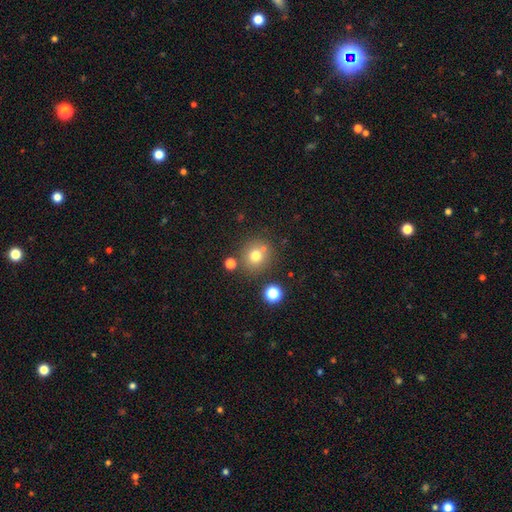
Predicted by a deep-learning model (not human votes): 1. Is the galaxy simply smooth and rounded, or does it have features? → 74% smooth, 15% star or artifact, 11% featured or disk.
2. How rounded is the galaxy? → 88% round, 11% in between, 1% cigar-shaped.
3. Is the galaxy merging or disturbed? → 73% none, 13% merger, 10% minor disturbance, 4% major disturbance.